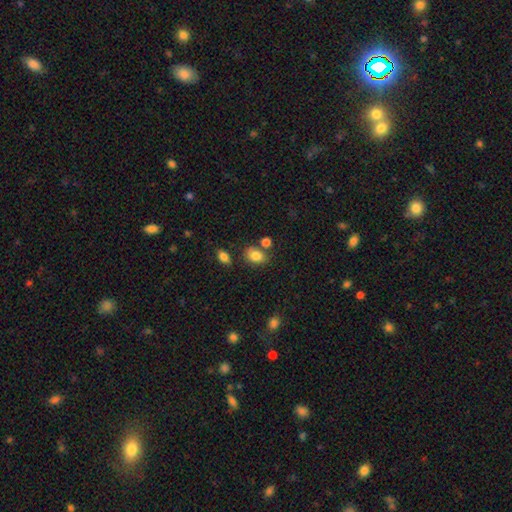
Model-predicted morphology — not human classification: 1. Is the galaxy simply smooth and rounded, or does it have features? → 83% smooth, 10% star or artifact, 7% featured or disk.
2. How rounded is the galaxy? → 72% in between, 27% round, 1% cigar-shaped.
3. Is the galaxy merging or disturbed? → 67% none, 15% minor disturbance, 13% merger, 4% major disturbance.